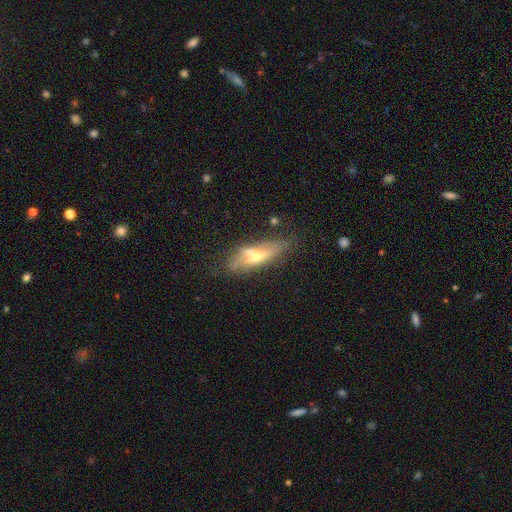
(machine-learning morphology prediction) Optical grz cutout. It shows a featured or disk galaxy (55%) viewed edge-on (65%). Merging: none (61%).